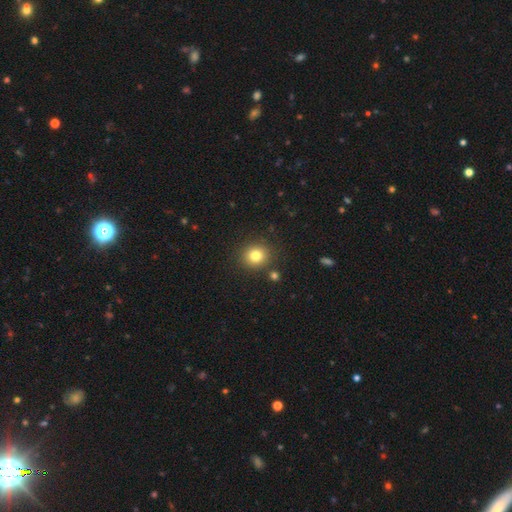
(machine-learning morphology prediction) Smooth or featured? Predicted: smooth (p=0.80). How rounded? Predicted: round (p=0.85). Merging? Predicted: none (p=0.87).